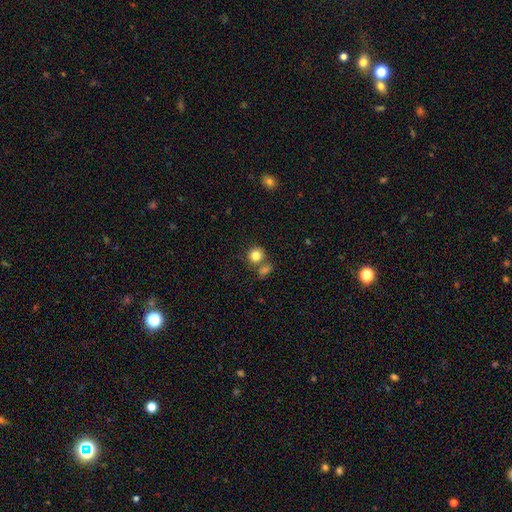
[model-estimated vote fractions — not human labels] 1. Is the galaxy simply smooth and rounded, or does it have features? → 82% smooth, 10% star or artifact, 7% featured or disk.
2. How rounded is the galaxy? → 86% round, 13% in between, 1% cigar-shaped.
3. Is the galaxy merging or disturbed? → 61% none, 24% merger, 10% minor disturbance, 4% major disturbance.